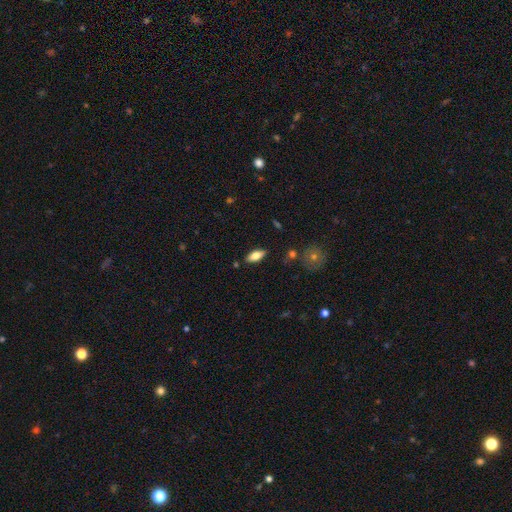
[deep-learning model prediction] A smooth galaxy with no disk features (69%) that is in between round and cigar-shaped (83%). Merging: none (85%).